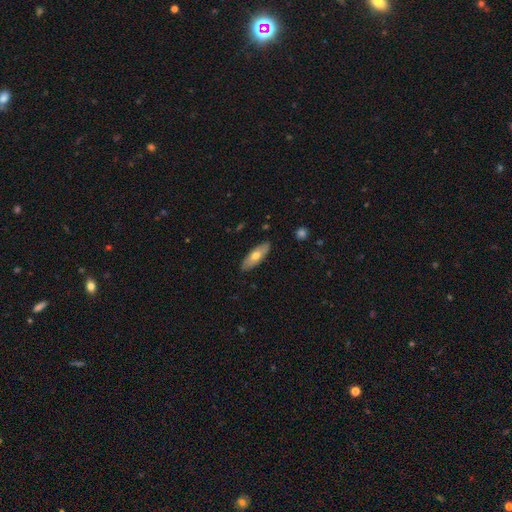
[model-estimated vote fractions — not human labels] Overall: smooth (60%; featured or disk 35%). How rounded: in between (66%; cigar-shaped 31%). Merging: none (87%).